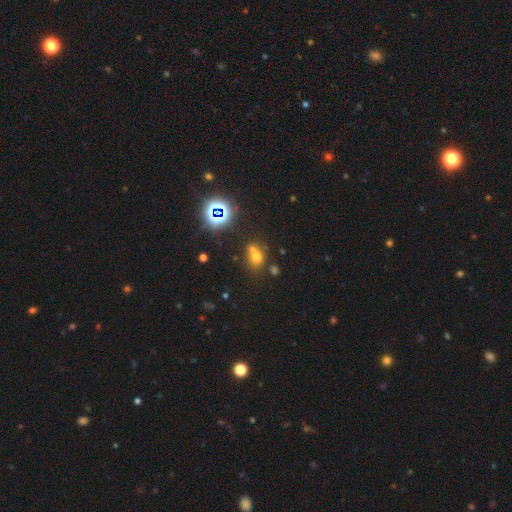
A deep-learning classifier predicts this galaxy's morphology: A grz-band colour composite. It shows a smooth galaxy with no disk features (56%) that is round (52%). Merging: none (45%).